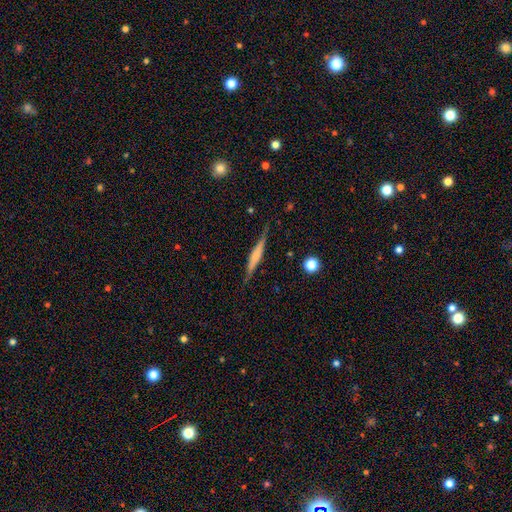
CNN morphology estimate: A featured or disk galaxy (58%) viewed edge-on (96%) with a rounded central bulge (46%).

Vote fractions:
- Smooth or featured? featured or disk: 58% / smooth: 36% / star or artifact: 7%
- Edge-on disk? yes: 96% / no: 4%
- Edge-on bulge? rounded: 46% / none: 29% / boxy: 25%
- Merging? none: 83% / minor disturbance: 13% / major disturbance: 3% / merger: 2%